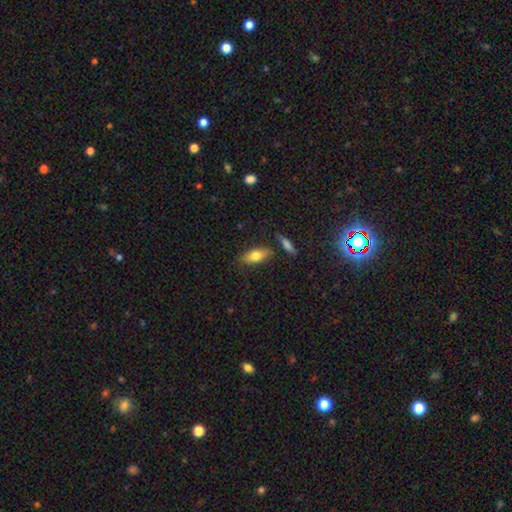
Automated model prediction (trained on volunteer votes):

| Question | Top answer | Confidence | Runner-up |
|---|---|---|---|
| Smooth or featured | smooth | 74% | featured or disk (19%) |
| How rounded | in between | 78% | cigar-shaped (19%) |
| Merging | none | 77% | minor disturbance (14%) |